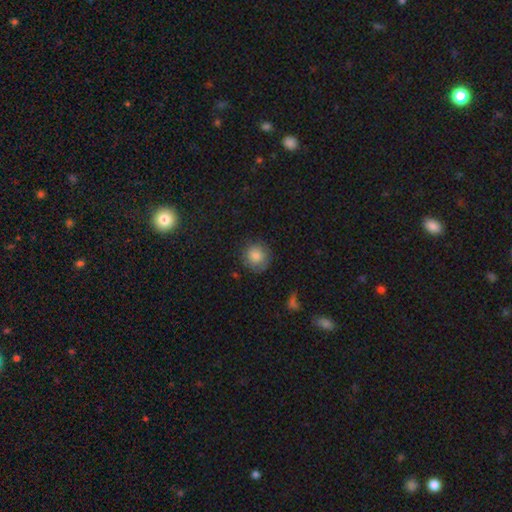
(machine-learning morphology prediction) This appears to be a smooth galaxy with no disk features (83%) that is round (92%). Merging: none (82%).